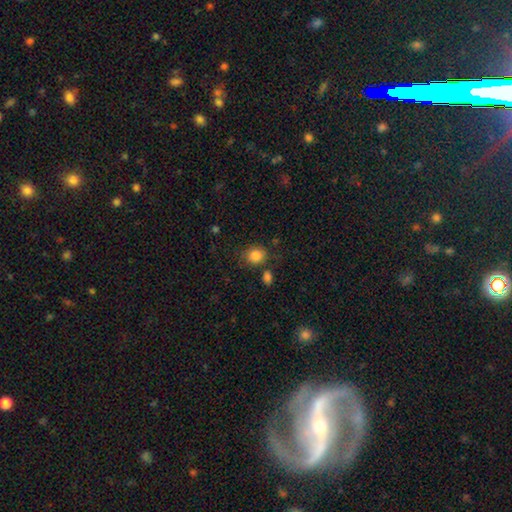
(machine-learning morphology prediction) Smooth or featured? smooth (85%)
How rounded? round (76%)
Merging? none (78%)